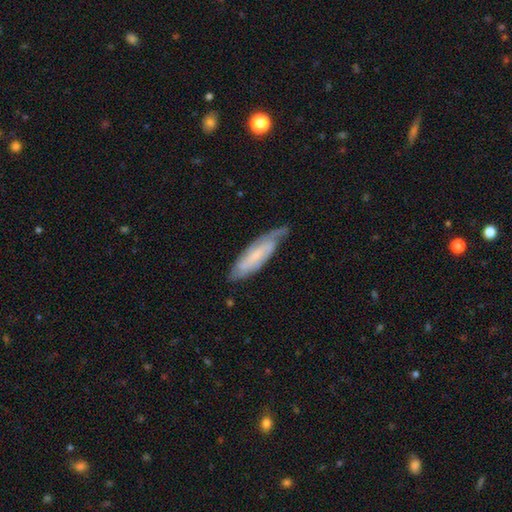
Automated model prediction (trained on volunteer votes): Overall: featured or disk (63%; smooth 30%). Edge-on disk: no (74%). Merging: none (64%; minor disturbance 26%).